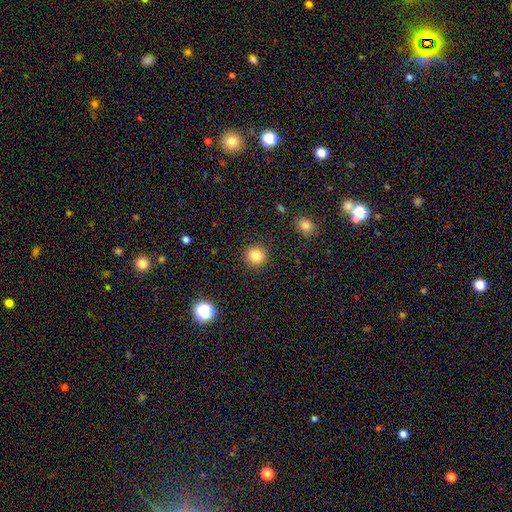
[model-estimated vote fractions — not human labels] Q: Smooth or featured?
A: smooth (84%); runner-up: star or artifact (11%)
Q: How rounded?
A: round (93%); runner-up: in between (6%)
Q: Merging?
A: none (90%); runner-up: minor disturbance (6%)